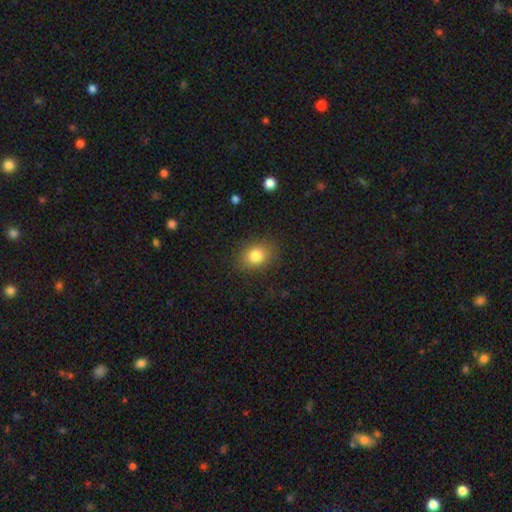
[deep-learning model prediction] smooth-or-featured: smooth: 82% | star or artifact: 10% | featured or disk: 7%
  how-rounded: in between: 52% | round: 47% | cigar-shaped: 1%
  merging: none: 85% | minor disturbance: 10% | major disturbance: 3% | merger: 1%